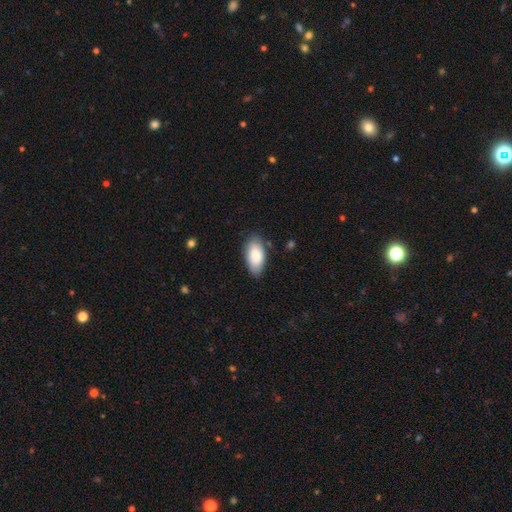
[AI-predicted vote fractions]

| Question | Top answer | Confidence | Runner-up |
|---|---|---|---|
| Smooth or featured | smooth | 82% | featured or disk (12%) |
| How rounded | in between | 93% | cigar-shaped (5%) |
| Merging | none | 81% | minor disturbance (14%) |